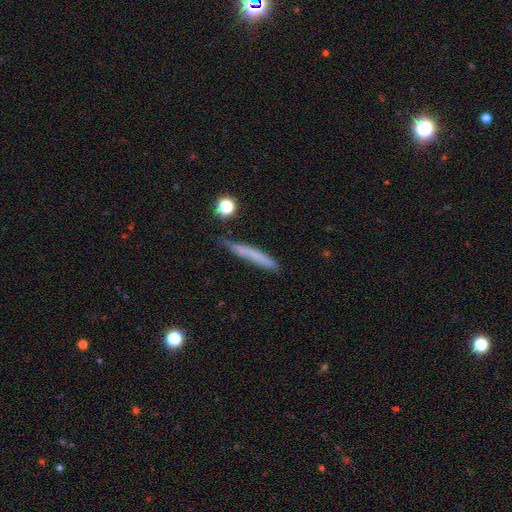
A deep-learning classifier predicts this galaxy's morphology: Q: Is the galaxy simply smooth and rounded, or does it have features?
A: smooth — 64%.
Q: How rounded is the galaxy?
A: cigar-shaped — 94%.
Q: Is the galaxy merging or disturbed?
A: none — 70%.